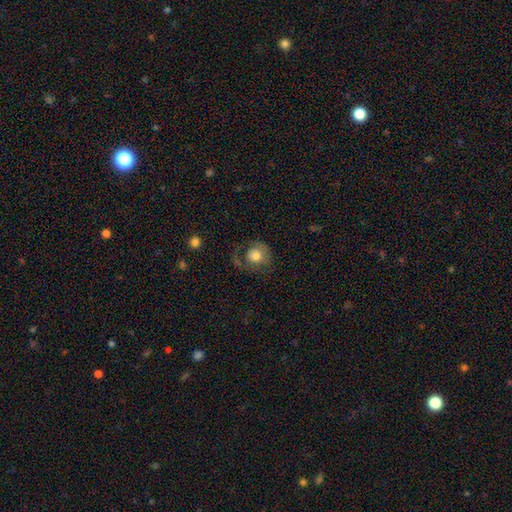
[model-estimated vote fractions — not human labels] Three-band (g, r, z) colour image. It shows a smooth galaxy with no disk features (66%) that is round (82%). Merging: none (45%).